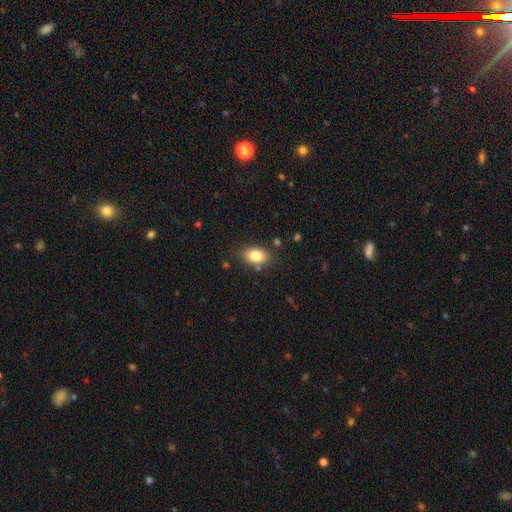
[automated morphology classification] Smooth or featured: smooth — 82% (featured or disk — 9%)
How rounded: in between — 82% (round — 16%)
Merging: none — 81% (minor disturbance — 13%)